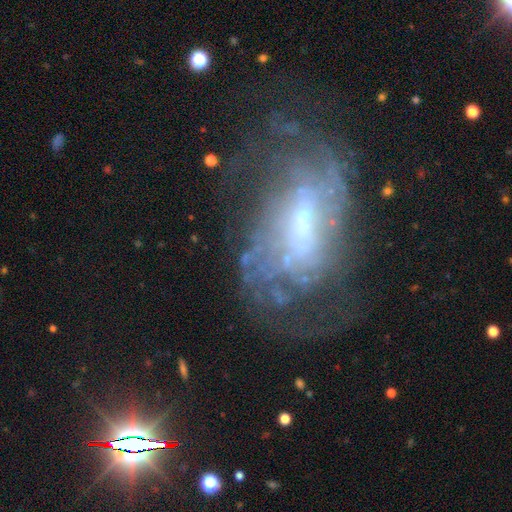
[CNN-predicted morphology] A featured or disk galaxy (79%) with a weak bar (48%), tight (42%) spiral arms (83%) and a small central bulge (53%).

Vote fractions:
- Smooth or featured? featured or disk: 79% / smooth: 11% / star or artifact: 10%
- Edge-on disk? no: 93% / yes: 7%
- Bar? weak: 48% / strong: 28% / no: 24%
- Spiral arms? yes: 83% / no: 17%
- Spiral winding? tight: 42% / medium: 36% / loose: 22%
- Spiral arm count? can't tell: 52% / 2: 20% / 3: 9% / 4: 8% / more than 4: 5% / 1: 5%
- Bulge size? small: 53% / moderate: 30% / none: 10% / large: 5% / dominant: 1%
- Merging? none: 57% / major disturbance: 21% / minor disturbance: 19% / merger: 3%